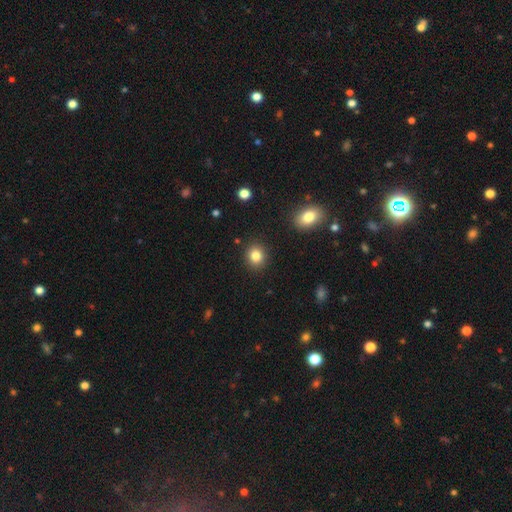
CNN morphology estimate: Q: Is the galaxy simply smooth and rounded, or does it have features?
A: smooth — 83%.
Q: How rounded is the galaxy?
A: round — 79%.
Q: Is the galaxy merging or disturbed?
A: none — 90%.